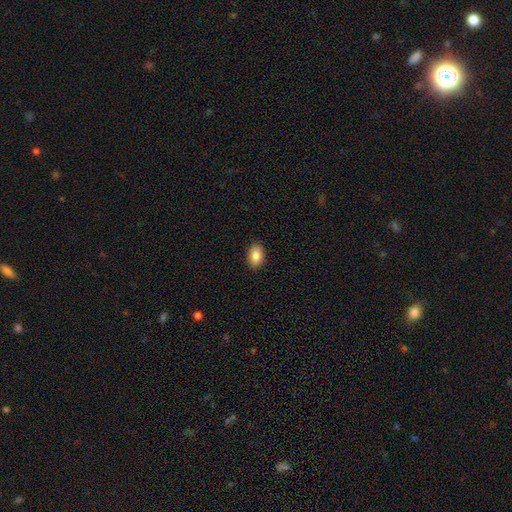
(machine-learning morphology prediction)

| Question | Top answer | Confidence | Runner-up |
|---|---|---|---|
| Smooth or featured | smooth | 87% | star or artifact (8%) |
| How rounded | in between | 87% | round (12%) |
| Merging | none | 90% | minor disturbance (7%) |